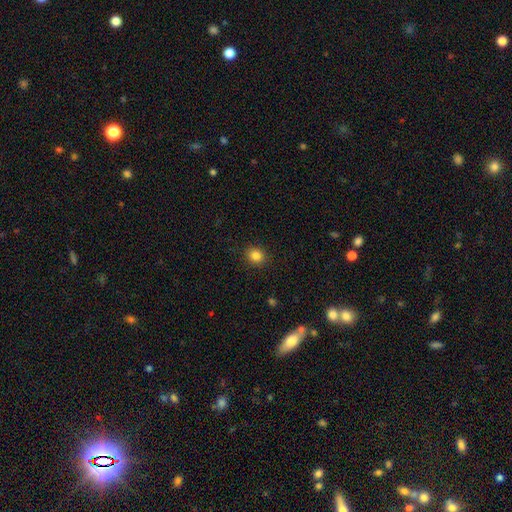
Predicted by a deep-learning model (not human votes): A smooth galaxy with no disk features (84%) that is round (78%).

Vote fractions:
- Smooth or featured? smooth: 84% / star or artifact: 11% / featured or disk: 5%
- How rounded? round: 78% / in between: 21% / cigar-shaped: 1%
- Merging? none: 91% / minor disturbance: 6% / major disturbance: 2% / merger: 1%